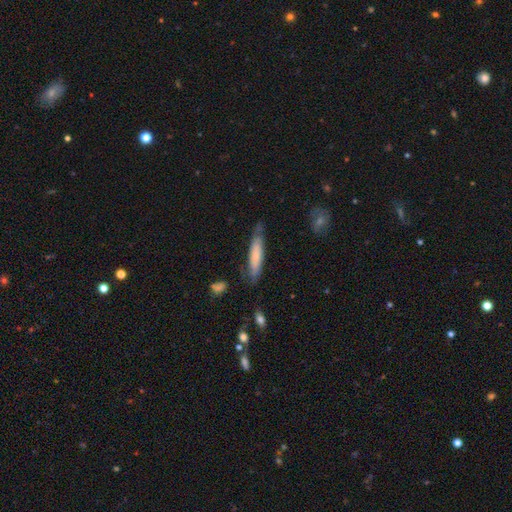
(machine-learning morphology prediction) smooth-or-featured: smooth: 68% | featured or disk: 26% | star or artifact: 6%
  how-rounded: cigar-shaped: 80% | in between: 19% | round: 1%
  merging: none: 66% | minor disturbance: 25% | major disturbance: 6% | merger: 3%